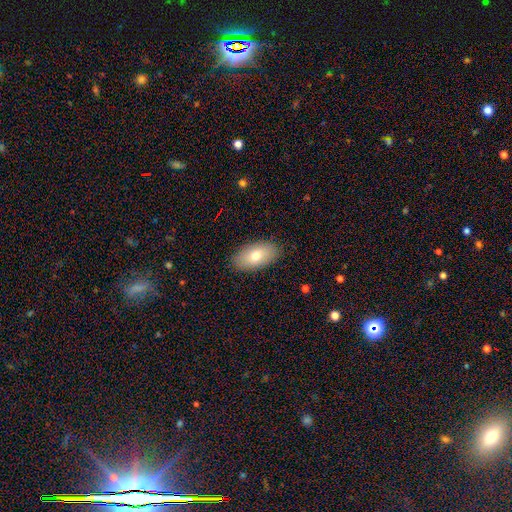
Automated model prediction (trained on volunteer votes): Smooth or featured?
  - smooth: 74% *
  - featured or disk: 19%
  - star or artifact: 7%
How rounded?
  - in between: 93% *
  - round: 4%
  - cigar-shaped: 3%
Merging?
  - none: 87% *
  - minor disturbance: 9%
  - major disturbance: 2%
  - merger: 1%